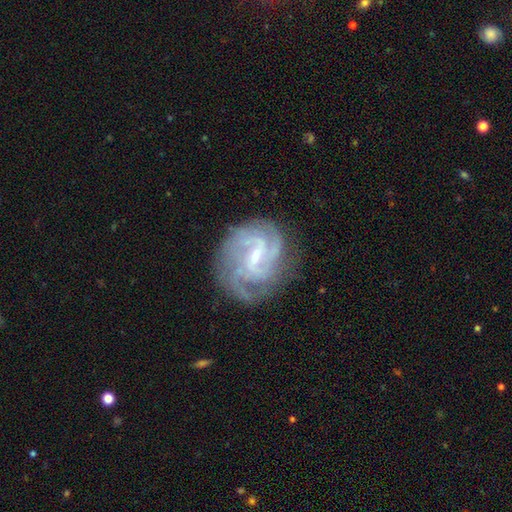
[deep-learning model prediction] This is clearly a featured or disk galaxy (88%). It is clearly not viewed edge-on (98%). Bar: possibly weak (57%). Spiral arm pattern: clearly yes (96%). Spiral arm count: marginally 3 (27%). Spiral winding: possibly tight (46%). Central bulge: likely small (68%). Merging: likely none (73%).